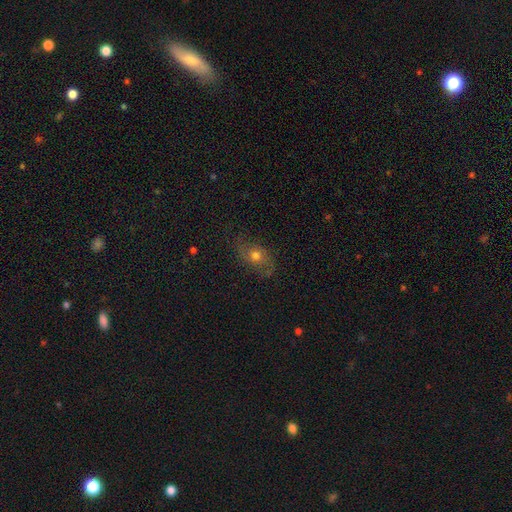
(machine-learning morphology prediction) Smooth or featured? featured or disk (44%, tied with smooth)
Merging? none (69%)